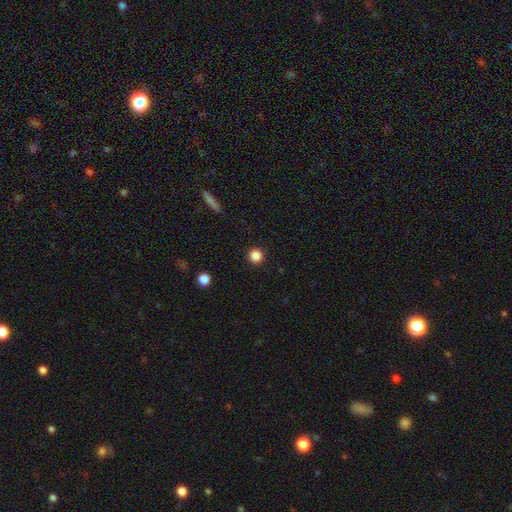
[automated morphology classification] This appears to be a smooth galaxy with no disk features (85%) that is round (95%). Merging: none (93%).